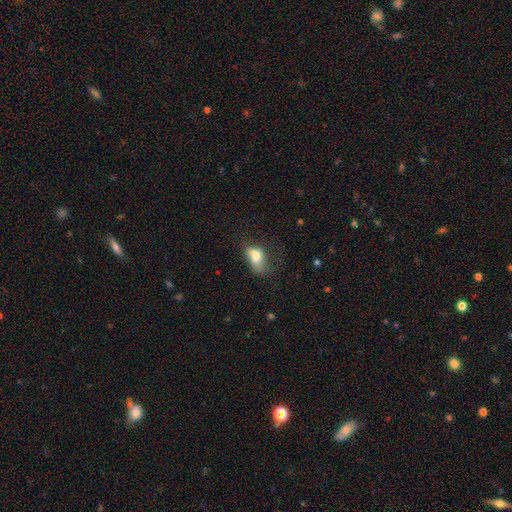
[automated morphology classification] Smooth or featured?
  - smooth: 69% *
  - featured or disk: 20%
  - star or artifact: 11%
How rounded?
  - in between: 83% *
  - round: 14%
  - cigar-shaped: 3%
Merging?
  - major disturbance: 32% *
  - minor disturbance: 27%
  - none: 25%
  - merger: 16%